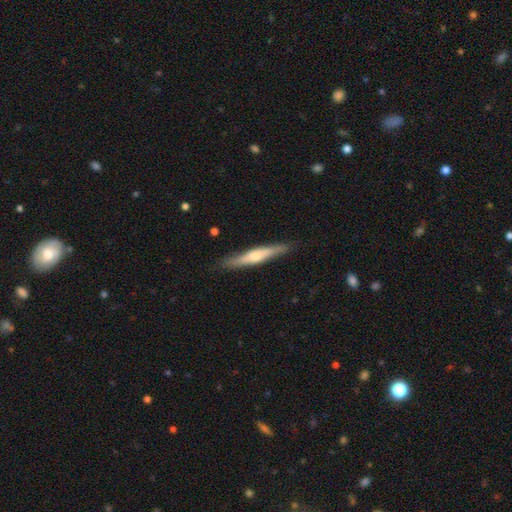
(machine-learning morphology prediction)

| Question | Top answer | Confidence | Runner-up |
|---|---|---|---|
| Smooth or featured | featured or disk | 53% | smooth (42%) |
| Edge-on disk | yes | 94% | no (6%) |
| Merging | none | 87% | minor disturbance (10%) |